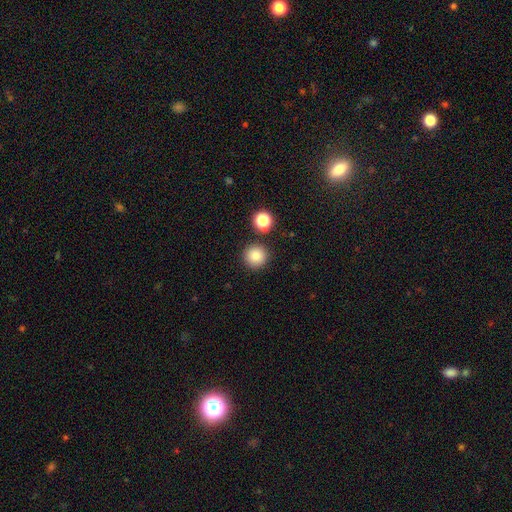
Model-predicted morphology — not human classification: Q: Smooth or featured?
A: smooth (84%); runner-up: star or artifact (11%)
Q: How rounded?
A: round (95%); runner-up: in between (4%)
Q: Merging?
A: none (87%); runner-up: minor disturbance (6%)